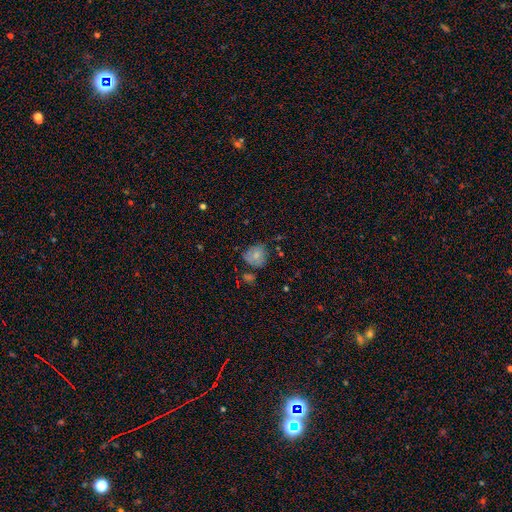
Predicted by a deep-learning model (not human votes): This is likely a smooth galaxy (63%). How rounded: likely round (74%). Merging: possibly none (57%).